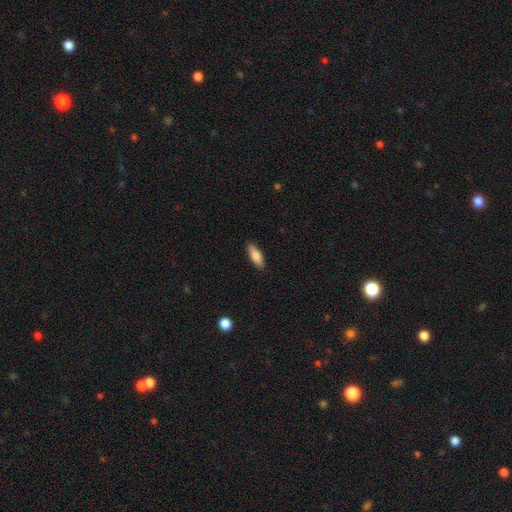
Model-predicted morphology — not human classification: Overall: smooth (80%). How rounded: in between (64%; cigar-shaped 34%). Merging: none (88%).